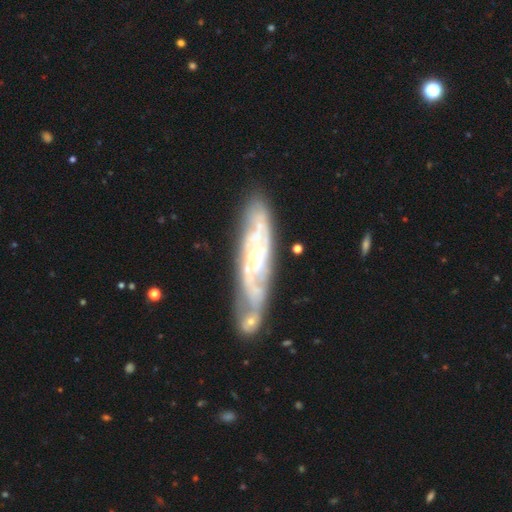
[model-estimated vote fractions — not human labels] Smooth or featured? featured or disk (79%)
Edge-on disk? no (70%)
Bar? no (60%)
Spiral arms? yes (90%)
Bulge size? small (62%)
Merging? none (61%)